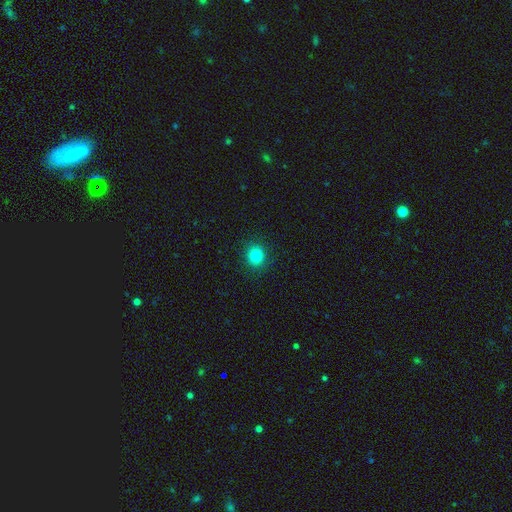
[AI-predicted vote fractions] Morphology: type=smooth (82%); roundness=round (87%); merging=none (91%).